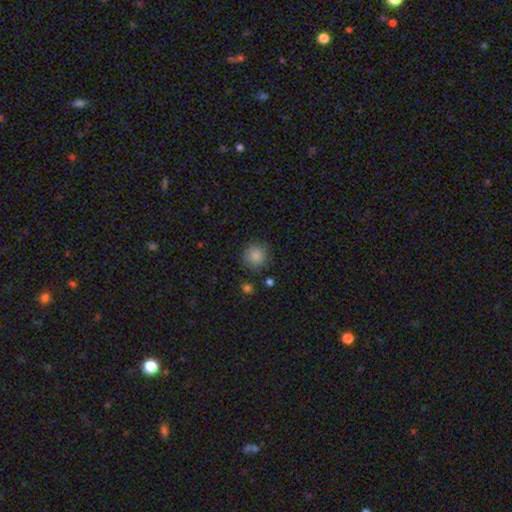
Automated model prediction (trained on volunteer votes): smooth 87%, star or artifact 9%, featured or disk 4%. Down the decision tree: how rounded — round (93%); merging — none (85%).